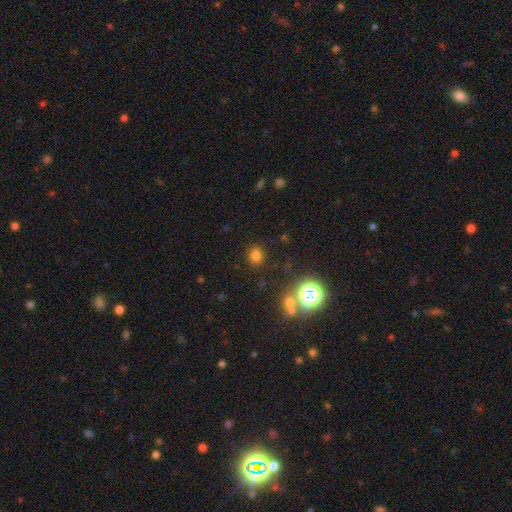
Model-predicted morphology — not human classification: A smooth galaxy with no disk features (72%) that is round (70%).

Vote fractions:
- Smooth or featured? smooth: 72% / star or artifact: 22% / featured or disk: 7%
- How rounded? round: 70% / in between: 29% / cigar-shaped: 1%
- Merging? none: 84% / minor disturbance: 9% / merger: 4% / major disturbance: 3%